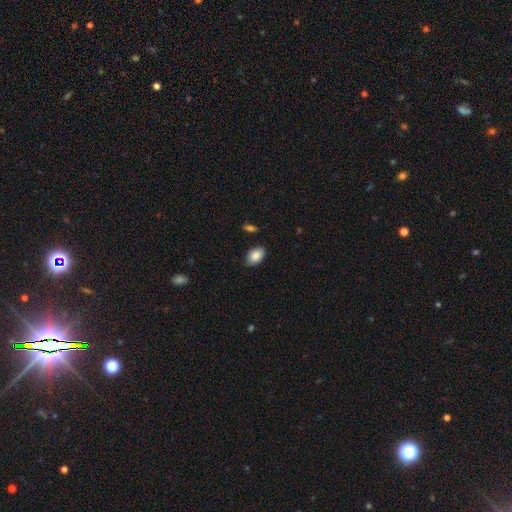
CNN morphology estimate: Smooth or featured: smooth — 86% (star or artifact — 7%)
How rounded: in between — 90% (round — 9%)
Merging: none — 86% (minor disturbance — 10%)